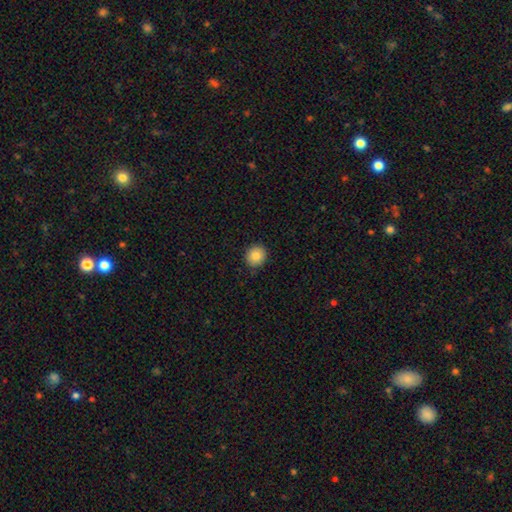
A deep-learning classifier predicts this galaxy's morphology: A smooth galaxy with no disk features (84%) that is round (88%).

Vote fractions:
- Smooth or featured? smooth: 84% / star or artifact: 9% / featured or disk: 7%
- How rounded? round: 88% / in between: 11% / cigar-shaped: 1%
- Merging? none: 88% / minor disturbance: 9% / major disturbance: 2% / merger: 1%